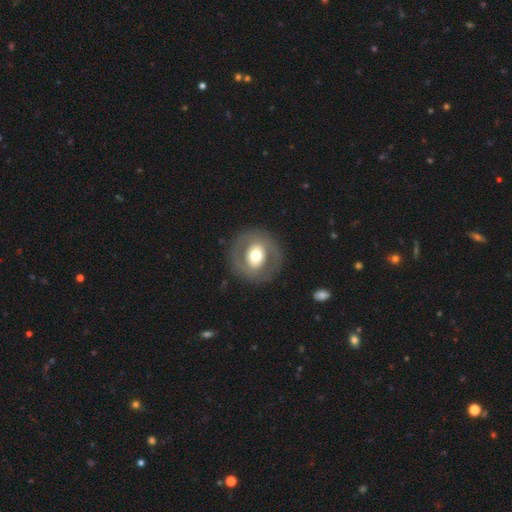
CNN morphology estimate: A featured or disk galaxy (49%). Merging: none (85%).